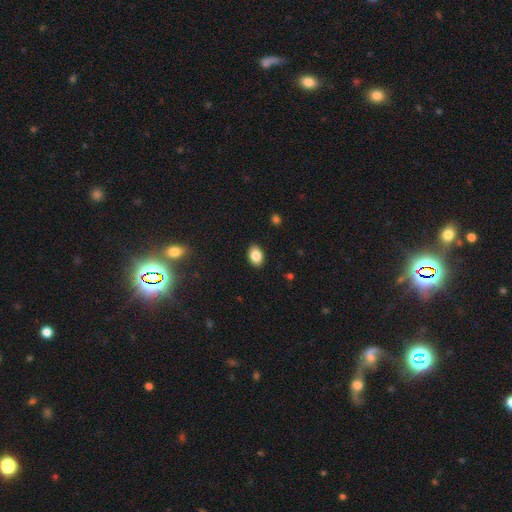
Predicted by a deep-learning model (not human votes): Smooth or featured? Predicted: smooth (p=0.85). How rounded? Predicted: in between (p=0.82). Merging? Predicted: none (p=0.89).